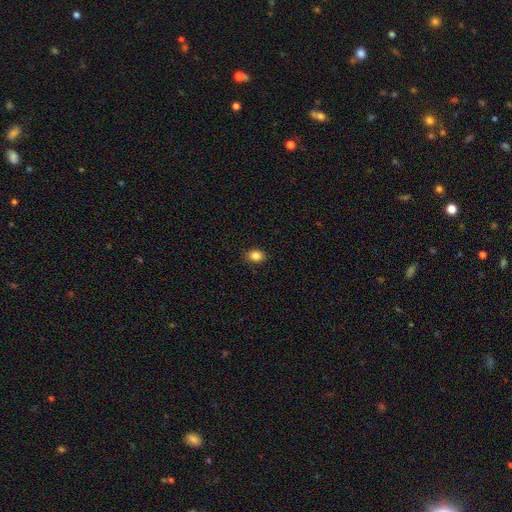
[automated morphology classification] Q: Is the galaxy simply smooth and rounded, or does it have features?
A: smooth — 85%.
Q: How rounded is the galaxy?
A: in between — 59%.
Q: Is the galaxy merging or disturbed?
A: none — 89%.